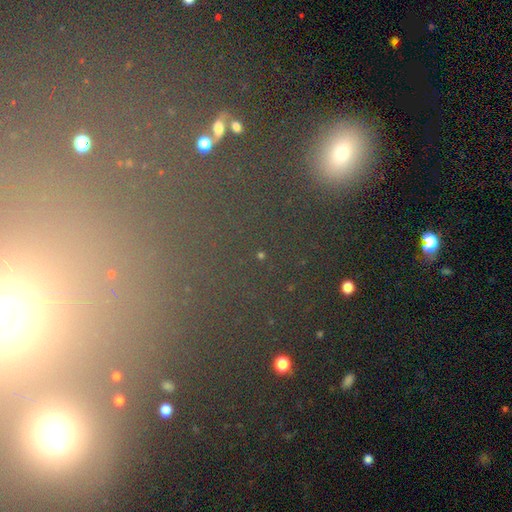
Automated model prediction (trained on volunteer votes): Smooth or featured: smooth — 46% (star or artifact — 43%)
Merging: none — 84% (minor disturbance — 7%)